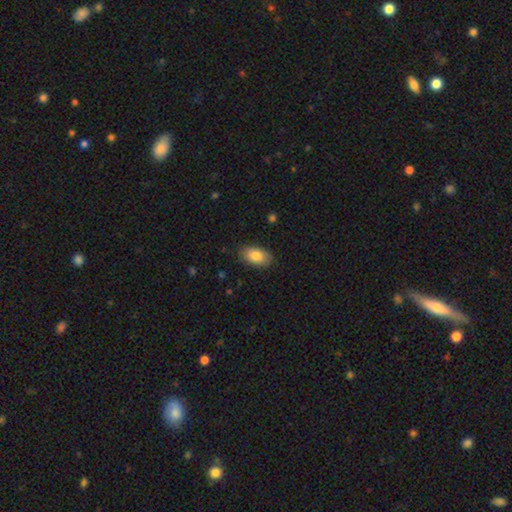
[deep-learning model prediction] Smooth or featured? smooth (84%)
How rounded? in between (93%)
Merging? none (87%)